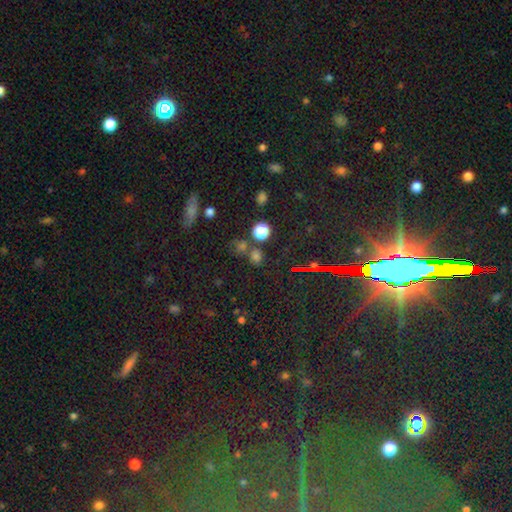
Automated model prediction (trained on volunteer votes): Smooth or featured: smooth — 62% (star or artifact — 30%)
How rounded: round — 78% (in between — 20%)
Merging: none — 66% (merger — 19%)